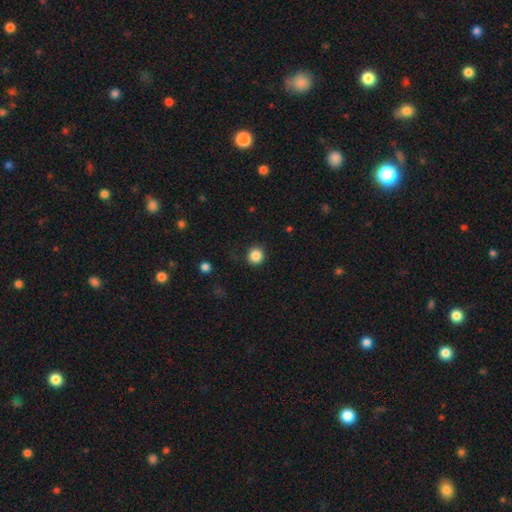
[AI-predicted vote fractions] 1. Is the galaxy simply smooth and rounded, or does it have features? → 85% smooth, 11% star or artifact, 4% featured or disk.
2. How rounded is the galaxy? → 93% round, 6% in between, 1% cigar-shaped.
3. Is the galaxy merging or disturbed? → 89% none, 8% minor disturbance, 2% major disturbance, 1% merger.